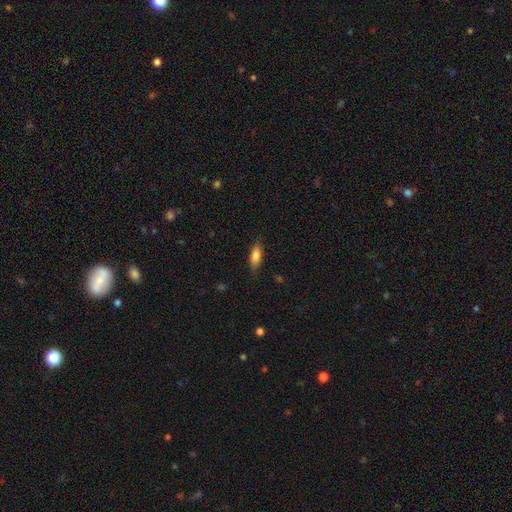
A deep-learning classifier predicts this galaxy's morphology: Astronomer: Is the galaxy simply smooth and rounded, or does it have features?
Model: smooth — 79%.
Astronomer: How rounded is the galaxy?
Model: in between — 65%.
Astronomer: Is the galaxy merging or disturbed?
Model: none — 80%.